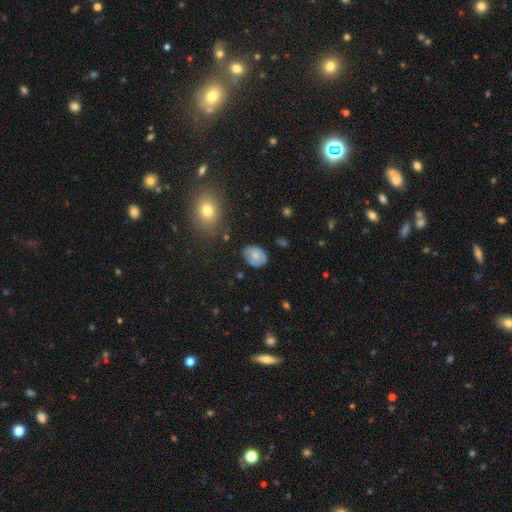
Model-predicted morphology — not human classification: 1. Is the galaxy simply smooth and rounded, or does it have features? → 70% smooth, 21% featured or disk, 9% star or artifact.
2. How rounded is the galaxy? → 70% in between, 29% round, 1% cigar-shaped.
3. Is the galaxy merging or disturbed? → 72% none, 21% minor disturbance, 5% major disturbance, 2% merger.